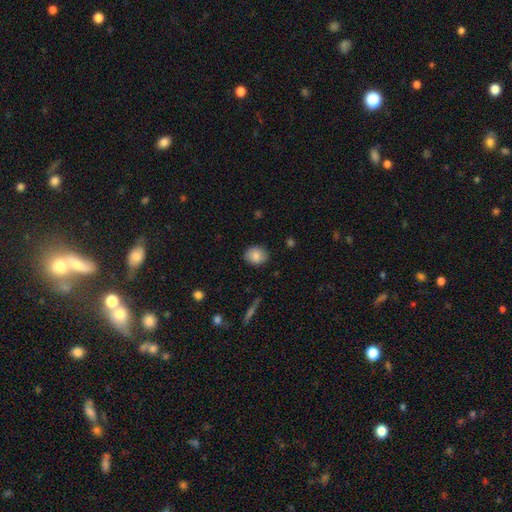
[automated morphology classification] The model was most divided on "how rounded": round: 58%, in between: 41%, cigar-shaped: 1%. More confident: merging — none (87%); smooth or featured — smooth (85%).